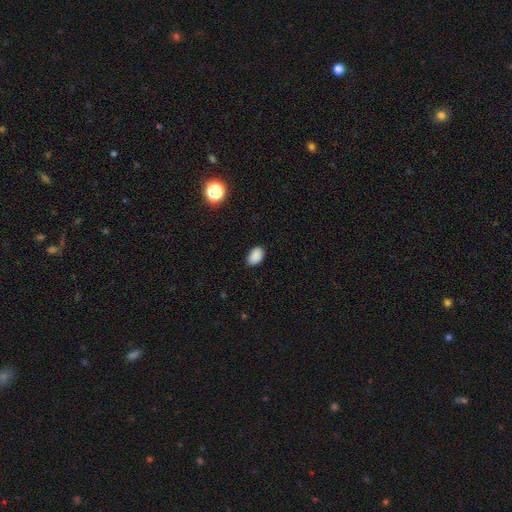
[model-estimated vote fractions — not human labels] A smooth galaxy with no disk features (87%) that is in between round and cigar-shaped (88%).

Vote fractions:
- Smooth or featured? smooth: 87% / star or artifact: 10% / featured or disk: 3%
- How rounded? in between: 88% / round: 11% / cigar-shaped: 1%
- Merging? none: 85% / minor disturbance: 12% / major disturbance: 2% / merger: 1%